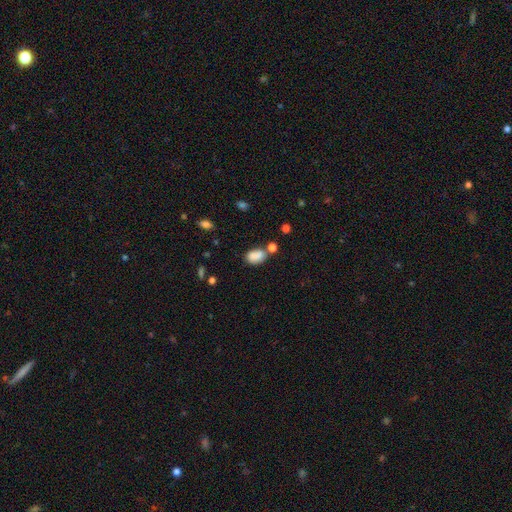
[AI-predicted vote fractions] Smooth or featured?
  - smooth: 83% *
  - star or artifact: 10%
  - featured or disk: 7%
How rounded?
  - in between: 86% *
  - round: 12%
  - cigar-shaped: 2%
Merging?
  - none: 52% *
  - merger: 23%
  - minor disturbance: 19%
  - major disturbance: 6%